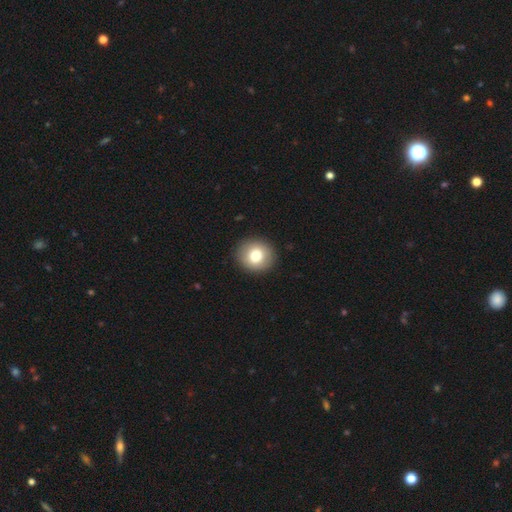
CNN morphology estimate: The model was most divided on "smooth or featured": smooth: 77%, featured or disk: 15%, star or artifact: 9%. More confident: merging — none (91%); how rounded — round (85%).